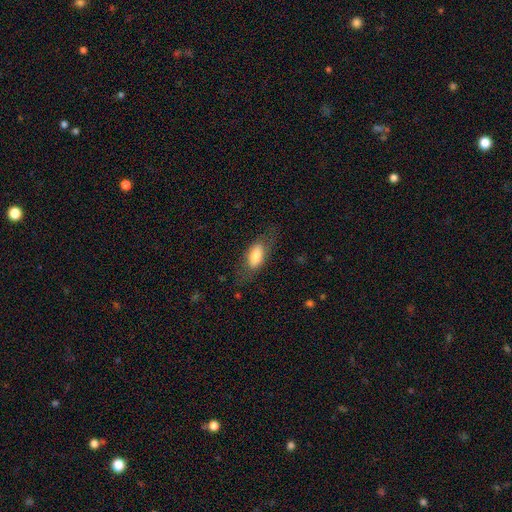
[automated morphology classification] Q: Smooth or featured?
A: smooth (72%); runner-up: featured or disk (21%)
Q: How rounded?
A: in between (84%); runner-up: cigar-shaped (12%)
Q: Merging?
A: none (68%); runner-up: minor disturbance (19%)